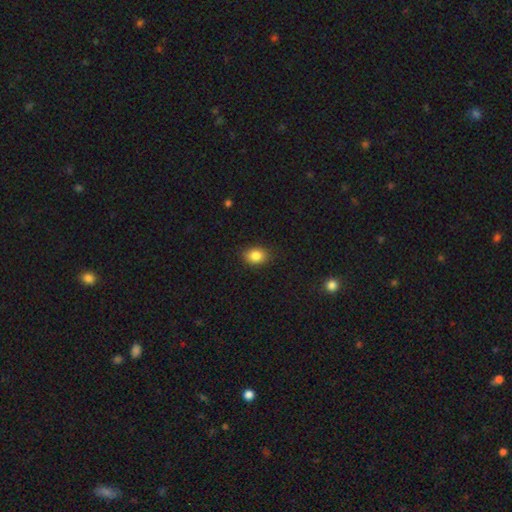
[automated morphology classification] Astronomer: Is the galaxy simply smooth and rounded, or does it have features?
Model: smooth — 86%.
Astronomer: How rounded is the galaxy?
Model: in between — 64%.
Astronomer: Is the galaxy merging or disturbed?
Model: none — 85%.